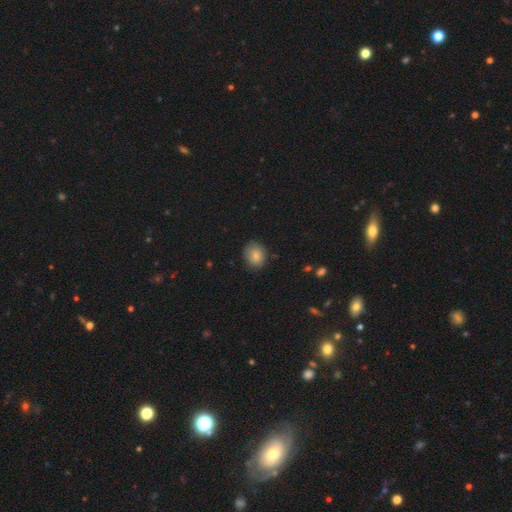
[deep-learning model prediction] smooth-or-featured: smooth: 82% | featured or disk: 10% | star or artifact: 8%
  how-rounded: round: 54% | in between: 45% | cigar-shaped: 1%
  merging: none: 78% | minor disturbance: 17% | major disturbance: 4% | merger: 1%